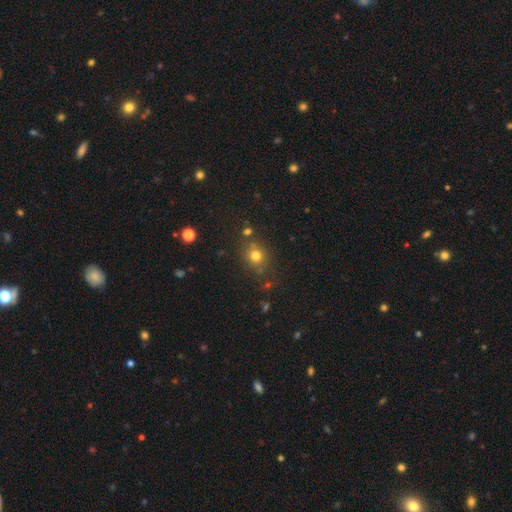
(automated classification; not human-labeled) A smooth galaxy with no disk features (74%) that is round (77%).

Vote fractions:
- Smooth or featured? smooth: 74% / star or artifact: 17% / featured or disk: 9%
- How rounded? round: 77% / in between: 22% / cigar-shaped: 1%
- Merging? none: 74% / minor disturbance: 12% / merger: 9% / major disturbance: 4%